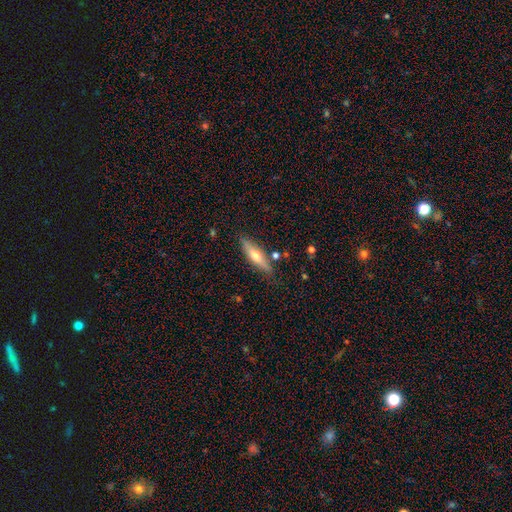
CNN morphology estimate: Smooth or featured?
  - featured or disk: 48% *
  - smooth: 45%
  - star or artifact: 6%
Merging?
  - none: 83% *
  - minor disturbance: 11%
  - merger: 3%
  - major disturbance: 2%